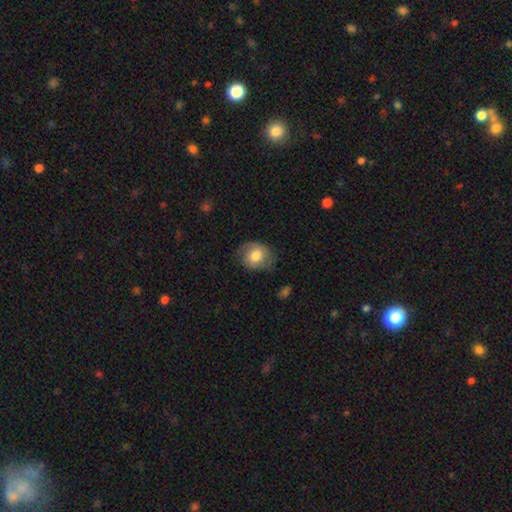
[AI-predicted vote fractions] A smooth galaxy with no disk features (67%) that is round (58%).

Vote fractions:
- Smooth or featured? smooth: 67% / featured or disk: 26% / star or artifact: 7%
- How rounded? round: 58% / in between: 41% / cigar-shaped: 1%
- Merging? none: 63% / minor disturbance: 26% / major disturbance: 10% / merger: 1%